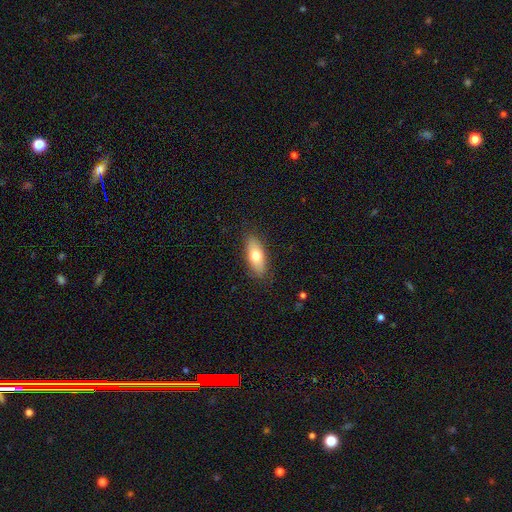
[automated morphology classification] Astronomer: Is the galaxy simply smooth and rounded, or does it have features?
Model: smooth — 71%.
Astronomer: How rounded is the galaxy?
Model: in between — 76%.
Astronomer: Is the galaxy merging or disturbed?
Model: none — 85%.